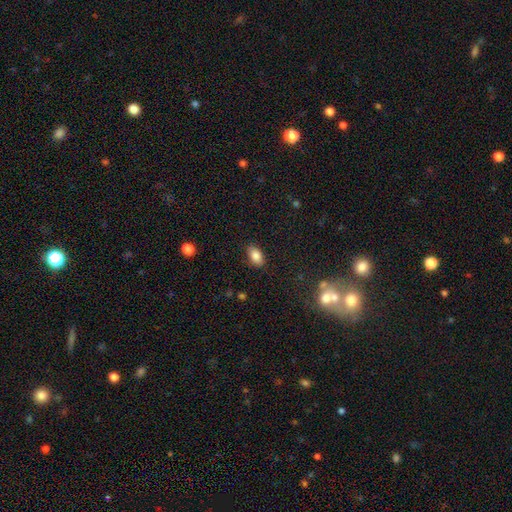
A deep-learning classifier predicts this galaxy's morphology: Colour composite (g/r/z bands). It shows a smooth galaxy with no disk features (85%) that is in between round and cigar-shaped (91%). Merging: none (86%).